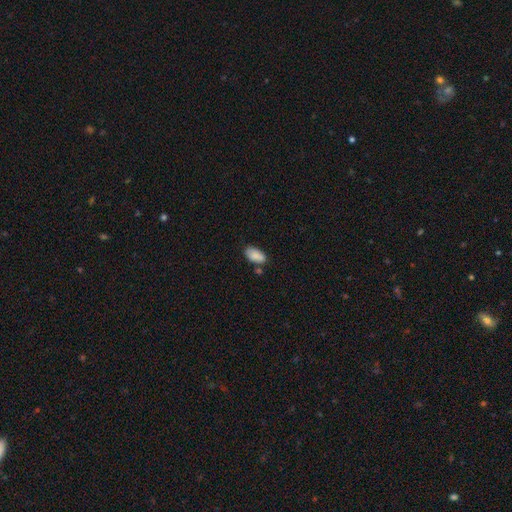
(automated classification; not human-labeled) Smooth or featured? Predicted: smooth (p=0.87). How rounded? Predicted: in between (p=0.94). Merging? Predicted: none (p=0.65).